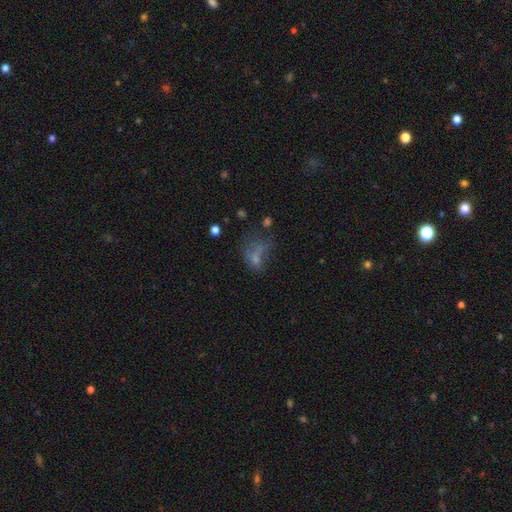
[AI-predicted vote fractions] Smooth or featured: smooth — 49% (featured or disk — 30%)
Merging: major disturbance — 45% (none — 27%)